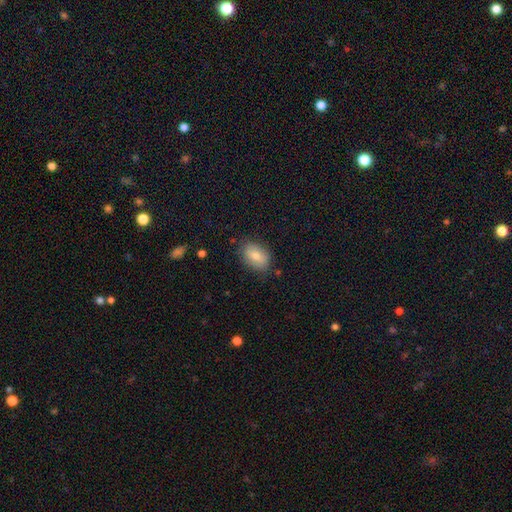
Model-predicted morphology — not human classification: This is likely a smooth galaxy (72%). How rounded: clearly in between (82%). Merging: clearly none (82%).